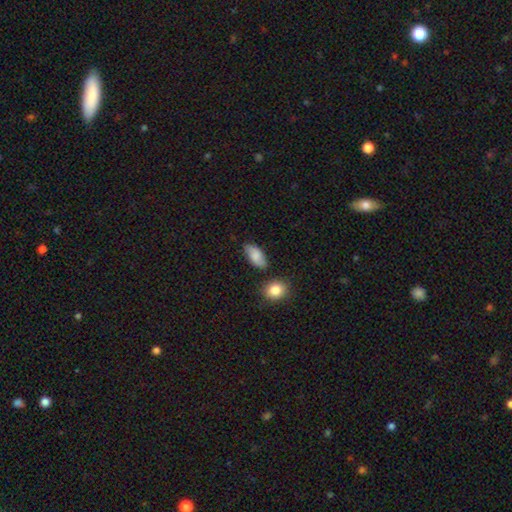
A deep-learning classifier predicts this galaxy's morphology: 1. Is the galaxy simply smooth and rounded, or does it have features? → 83% smooth, 10% featured or disk, 7% star or artifact.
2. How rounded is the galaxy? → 90% in between, 5% cigar-shaped, 4% round.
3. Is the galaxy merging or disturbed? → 74% none, 17% minor disturbance, 5% merger, 4% major disturbance.